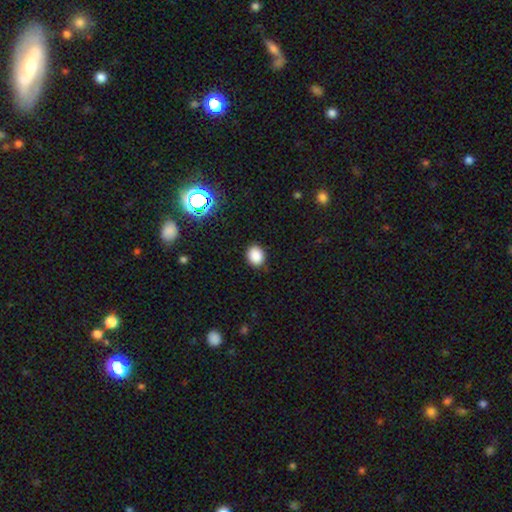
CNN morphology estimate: Overall: smooth (86%). How rounded: round (50%; in between 49%). Merging: none (88%).